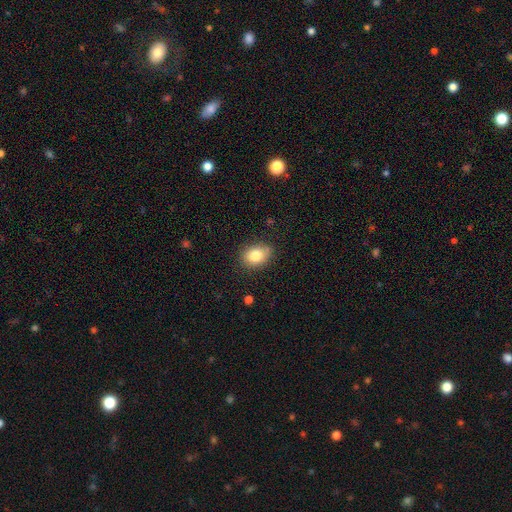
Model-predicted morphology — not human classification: Smooth or featured? Predicted: smooth (p=0.81). How rounded? Predicted: in between (p=0.71). Merging? Predicted: none (p=0.82).